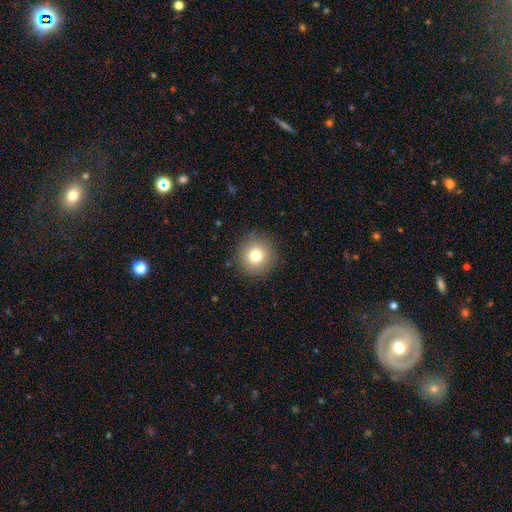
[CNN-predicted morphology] smooth-or-featured: smooth: 78% | star or artifact: 13% | featured or disk: 10%
  how-rounded: round: 93% | in between: 6% | cigar-shaped: 1%
  merging: none: 89% | minor disturbance: 7% | major disturbance: 3% | merger: 1%